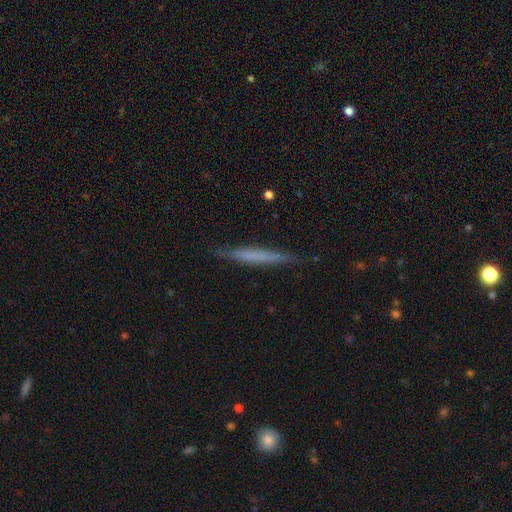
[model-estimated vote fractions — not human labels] Overall: smooth (56%; featured or disk 38%). How rounded: cigar-shaped (96%). Merging: none (86%).